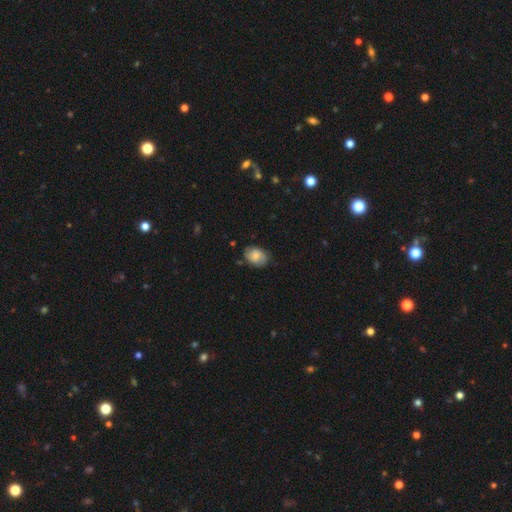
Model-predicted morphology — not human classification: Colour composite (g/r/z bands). It shows a smooth galaxy with no disk features (74%) that is in between round and cigar-shaped (75%). Merging: none (73%).